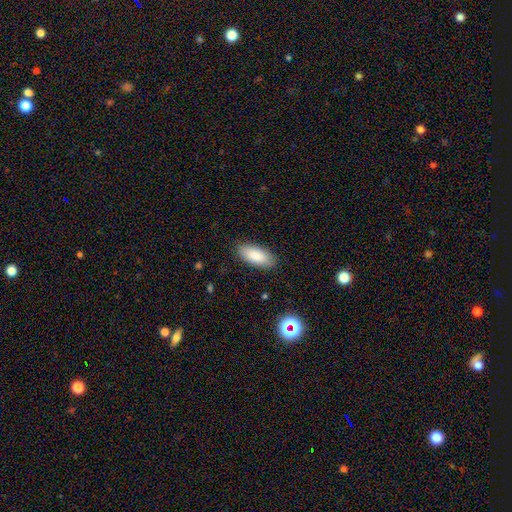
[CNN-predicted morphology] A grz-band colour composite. It shows a smooth galaxy with no disk features (87%) that is in between round and cigar-shaped (85%). Merging: none (87%).